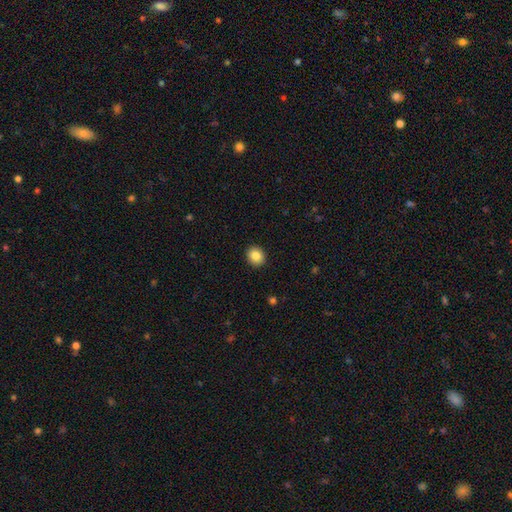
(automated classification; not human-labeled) A smooth galaxy with no disk features (86%) that is round (72%).

Vote fractions:
- Smooth or featured? smooth: 86% / star or artifact: 9% / featured or disk: 5%
- How rounded? round: 72% / in between: 27% / cigar-shaped: 1%
- Merging? none: 92% / minor disturbance: 5% / major disturbance: 2% / merger: 1%